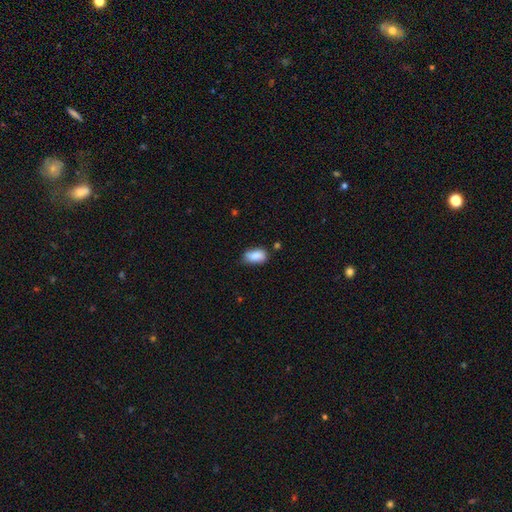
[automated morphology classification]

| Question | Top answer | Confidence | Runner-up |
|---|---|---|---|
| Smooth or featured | smooth | 85% | featured or disk (8%) |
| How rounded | in between | 90% | round (7%) |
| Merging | none | 59% | minor disturbance (32%) |